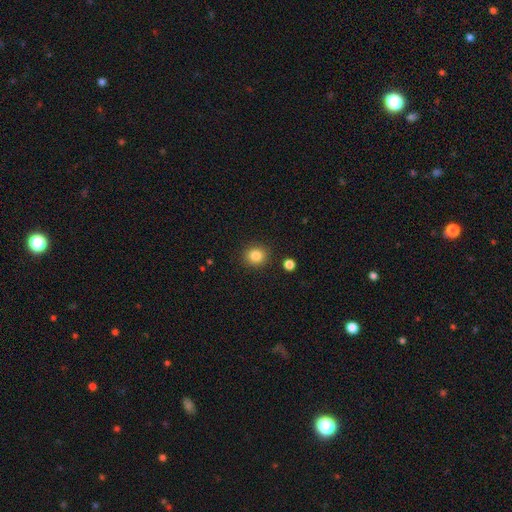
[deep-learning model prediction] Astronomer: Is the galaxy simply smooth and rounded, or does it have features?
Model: smooth — 84%.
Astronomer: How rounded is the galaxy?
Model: round — 86%.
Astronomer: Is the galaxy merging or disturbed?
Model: none — 89%.